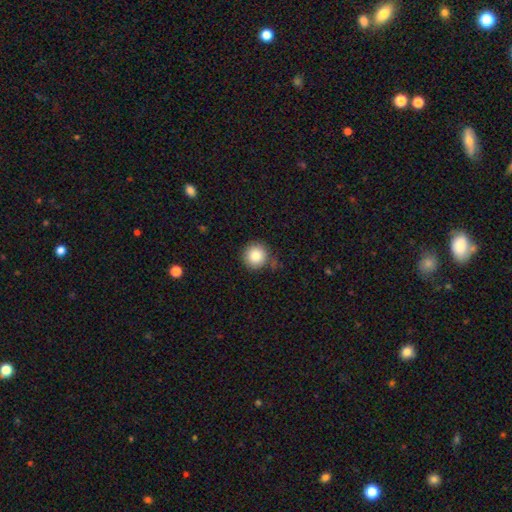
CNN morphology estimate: A smooth galaxy with no disk features (86%) that is round (95%).

Vote fractions:
- Smooth or featured? smooth: 86% / star or artifact: 9% / featured or disk: 5%
- How rounded? round: 95% / in between: 5% / cigar-shaped: 1%
- Merging? none: 81% / minor disturbance: 12% / merger: 3% / major disturbance: 3%